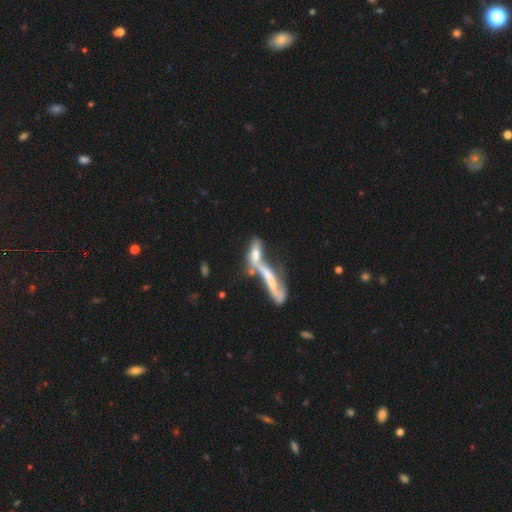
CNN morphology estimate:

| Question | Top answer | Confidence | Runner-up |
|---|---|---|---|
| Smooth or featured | featured or disk | 47% | smooth (43%) |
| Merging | merger | 67% | none (14%) |